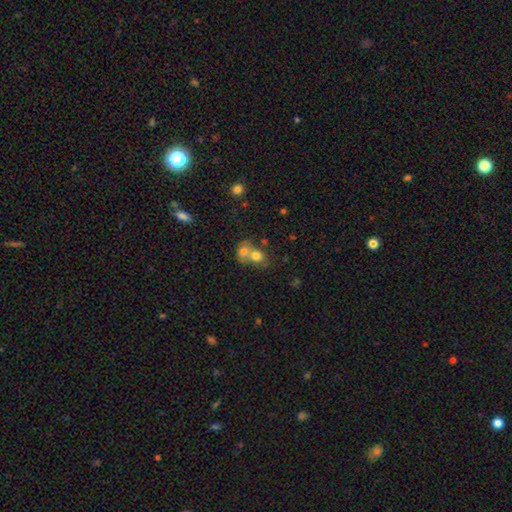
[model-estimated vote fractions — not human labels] Overall: smooth (72%). How rounded: round (66%; in between 33%). Merging: merger (65%; none 25%).